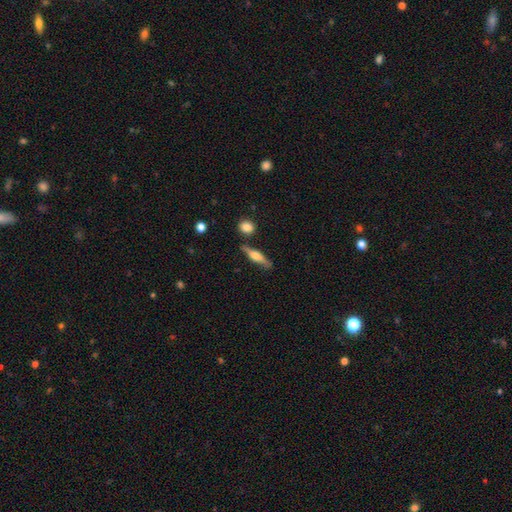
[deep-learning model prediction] Morphology: type=featured or disk (51%); edge-on=yes (93%); merging=none (78%).